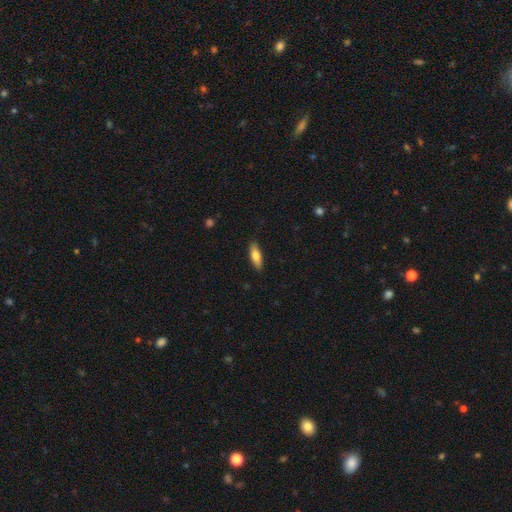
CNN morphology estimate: smooth-or-featured: smooth: 74% | featured or disk: 20% | star or artifact: 6%
  how-rounded: in between: 56% | cigar-shaped: 42% | round: 2%
  merging: none: 87% | minor disturbance: 10% | major disturbance: 2% | merger: 1%